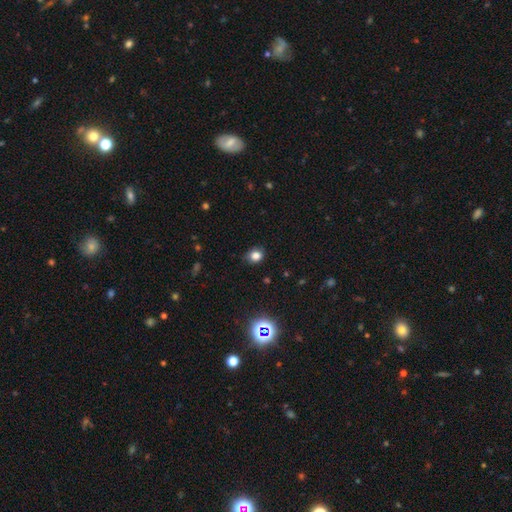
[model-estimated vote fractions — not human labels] smooth-or-featured: smooth: 79% | star or artifact: 15% | featured or disk: 6%
  how-rounded: round: 66% | in between: 33% | cigar-shaped: 1%
  merging: none: 77% | minor disturbance: 18% | major disturbance: 4% | merger: 1%